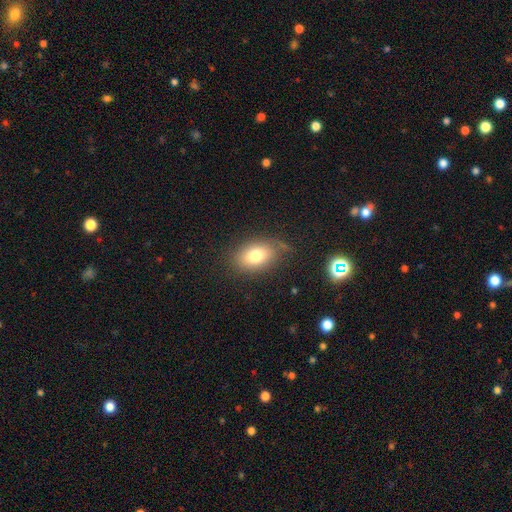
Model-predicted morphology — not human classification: A smooth galaxy with no disk features (77%) that is in between round and cigar-shaped (81%).

Vote fractions:
- Smooth or featured? smooth: 77% / featured or disk: 13% / star or artifact: 10%
- How rounded? in between: 81% / round: 18% / cigar-shaped: 2%
- Merging? none: 75% / minor disturbance: 17% / major disturbance: 6% / merger: 2%